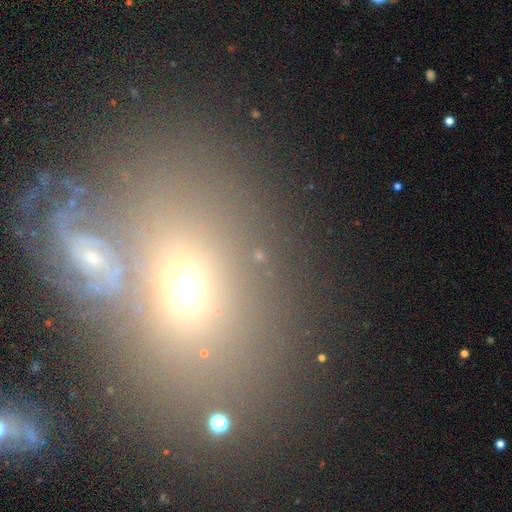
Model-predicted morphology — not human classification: Smooth or featured: smooth — 45% (star or artifact — 42%)
Merging: none — 78% (minor disturbance — 9%)